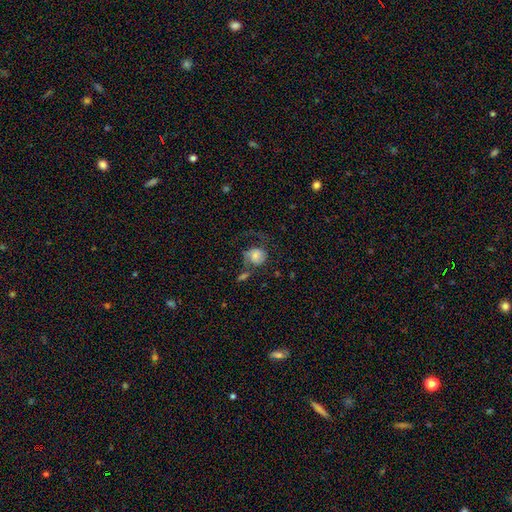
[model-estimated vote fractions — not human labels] Smooth or featured?
  - featured or disk: 47% *
  - smooth: 44%
  - star or artifact: 9%
Merging?
  - major disturbance: 34% *
  - none: 32%
  - minor disturbance: 19%
  - merger: 15%